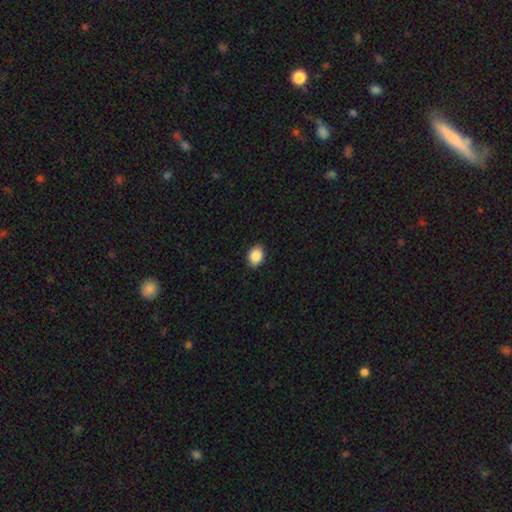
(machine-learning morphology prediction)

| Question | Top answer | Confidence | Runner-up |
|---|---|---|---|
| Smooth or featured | smooth | 89% | star or artifact (8%) |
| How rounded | in between | 72% | round (27%) |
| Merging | none | 89% | minor disturbance (8%) |